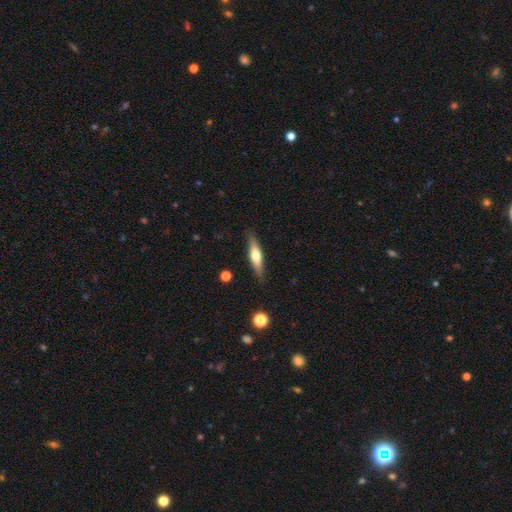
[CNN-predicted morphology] Smooth or featured: smooth — 49% (featured or disk — 45%)
Merging: none — 86% (minor disturbance — 10%)